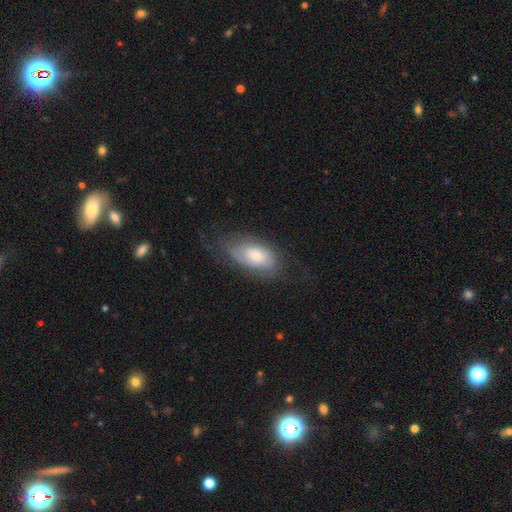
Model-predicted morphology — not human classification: smooth 52%, featured or disk 41%, star or artifact 7%. Down the decision tree: how rounded — in between (92%); merging — none (56%).